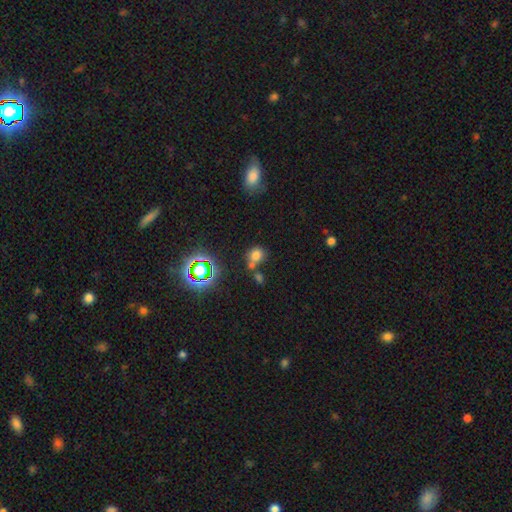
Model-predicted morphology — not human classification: Q: Smooth or featured?
A: smooth (68%); runner-up: star or artifact (22%)
Q: How rounded?
A: round (73%); runner-up: in between (26%)
Q: Merging?
A: none (51%); runner-up: merger (33%)